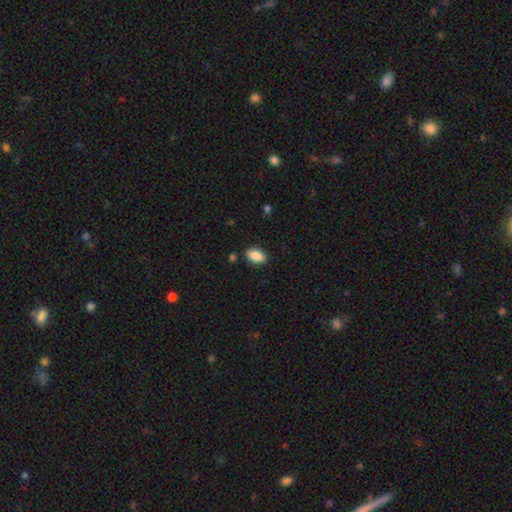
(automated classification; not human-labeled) Overall: smooth (87%). How rounded: in between (92%). Merging: none (88%).